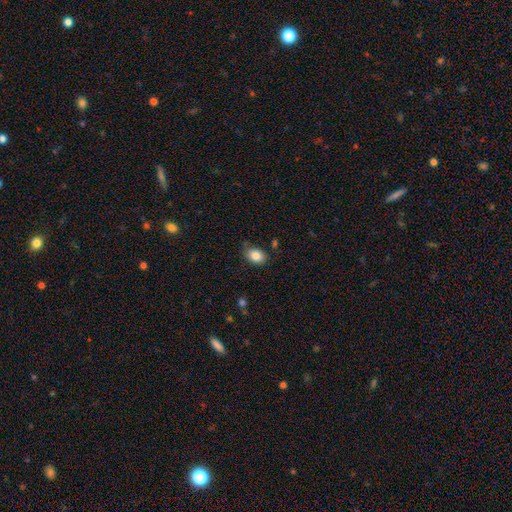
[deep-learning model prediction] Smooth or featured?
  - smooth: 85% *
  - star or artifact: 8%
  - featured or disk: 6%
How rounded?
  - in between: 73% *
  - round: 26%
  - cigar-shaped: 1%
Merging?
  - none: 78% *
  - minor disturbance: 16%
  - major disturbance: 3%
  - merger: 3%